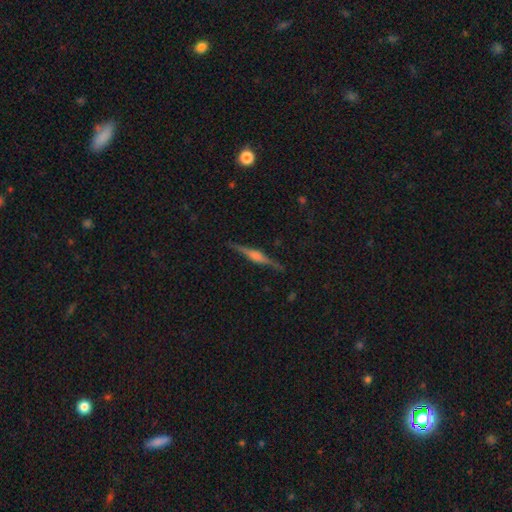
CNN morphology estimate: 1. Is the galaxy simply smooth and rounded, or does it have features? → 75% featured or disk, 18% smooth, 7% star or artifact.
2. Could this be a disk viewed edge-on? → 98% yes, 2% no.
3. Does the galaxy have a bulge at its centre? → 62% rounded, 31% boxy, 6% none.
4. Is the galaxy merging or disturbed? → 88% none, 9% minor disturbance, 2% major disturbance, 1% merger.